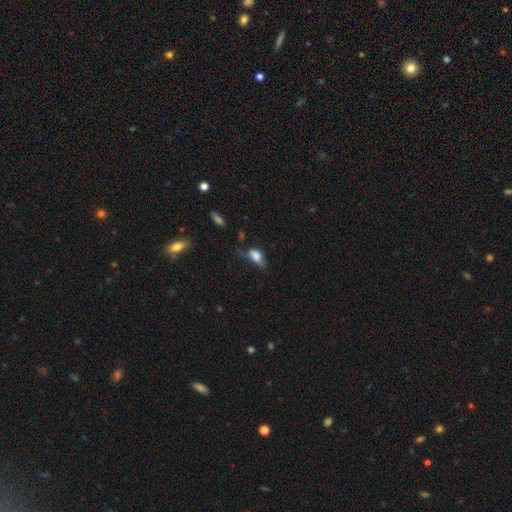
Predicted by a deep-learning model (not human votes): Smooth or featured?
  - smooth: 73% *
  - featured or disk: 17%
  - star or artifact: 10%
How rounded?
  - in between: 84% *
  - round: 10%
  - cigar-shaped: 6%
Merging?
  - minor disturbance: 34% *
  - major disturbance: 33%
  - none: 28%
  - merger: 5%